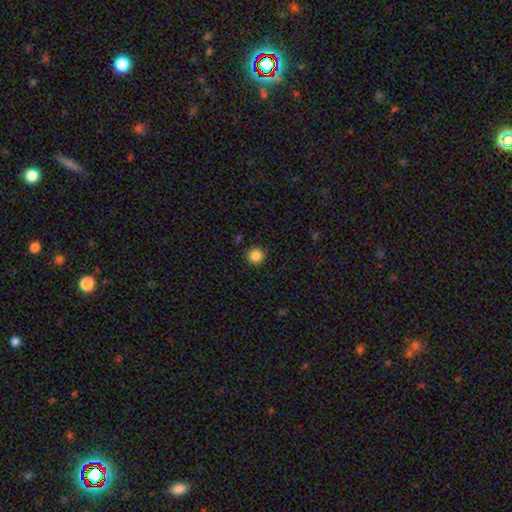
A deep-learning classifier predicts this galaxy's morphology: A smooth galaxy with no disk features (86%) that is round (95%). Merging: none (90%).